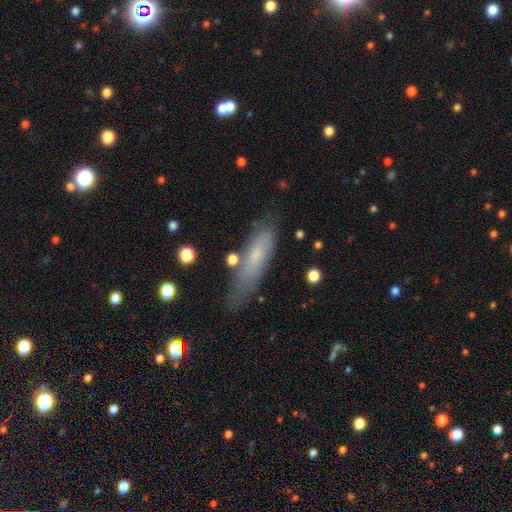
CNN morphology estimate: Smooth or featured: smooth — 64% (featured or disk — 28%)
How rounded: cigar-shaped — 60% (in between — 38%)
Merging: none — 63% (minor disturbance — 24%)